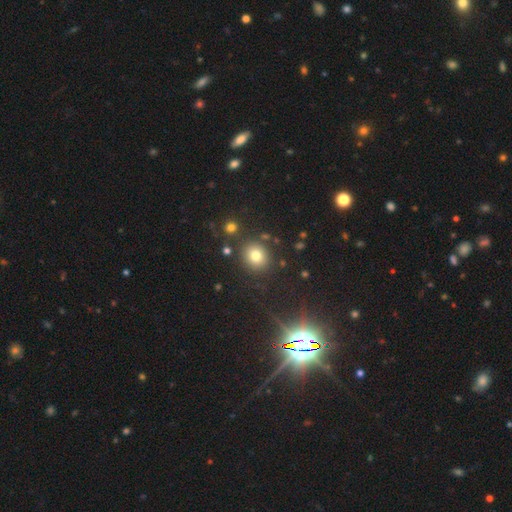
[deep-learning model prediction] A smooth galaxy with no disk features (77%) that is round (80%). Merging: none (85%).